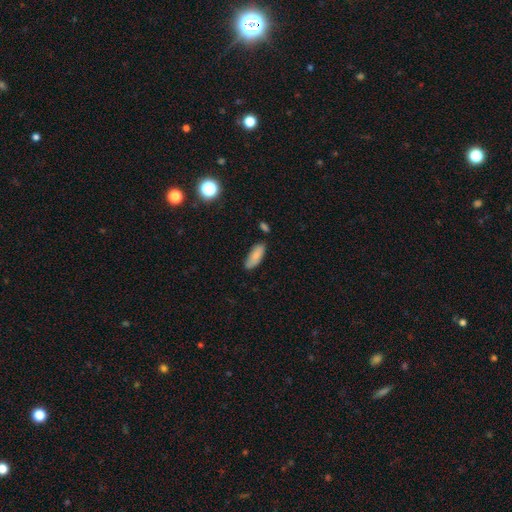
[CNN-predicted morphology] smooth_or_featured: smooth (p=0.82) [alt: featured or disk p=0.11]
how_rounded: in between (p=0.74) [alt: cigar-shaped p=0.25]
merging: none (p=0.77) [alt: minor disturbance p=0.17]